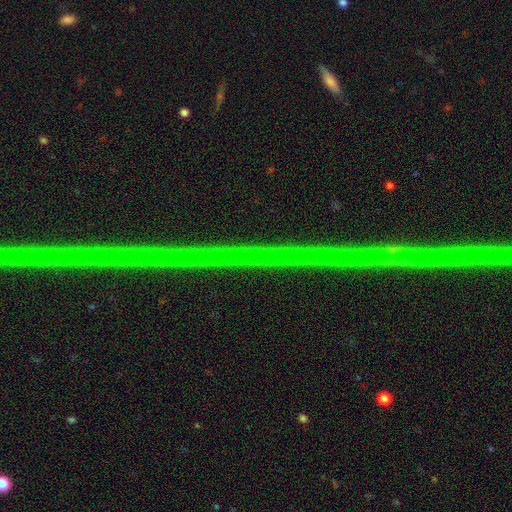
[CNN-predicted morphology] A star or artifact, not a galaxy (85%).